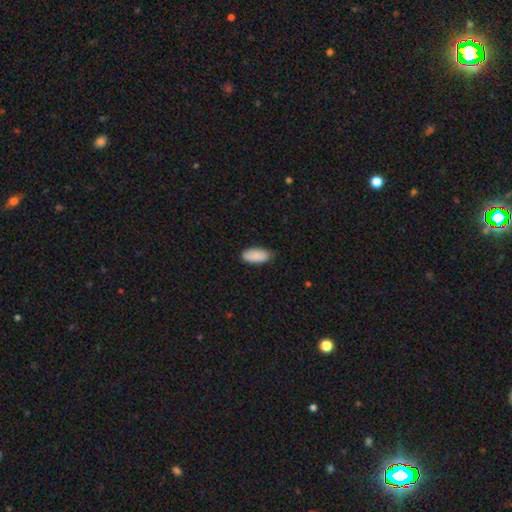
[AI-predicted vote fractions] Morphology: type=smooth (90%); roundness=in between (89%); merging=none (78%).